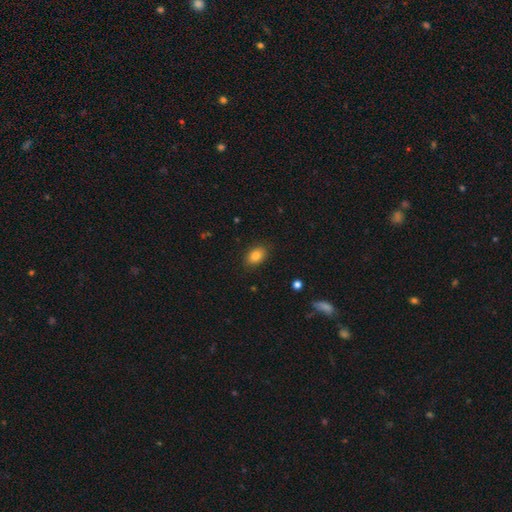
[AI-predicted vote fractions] This appears to be a smooth galaxy with no disk features (84%) that is in between round and cigar-shaped (85%). Merging: none (86%).